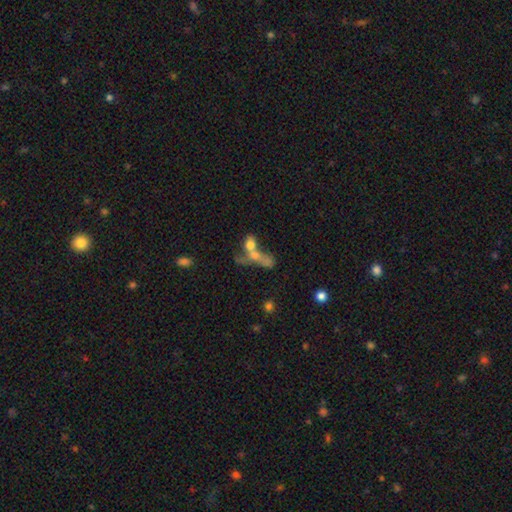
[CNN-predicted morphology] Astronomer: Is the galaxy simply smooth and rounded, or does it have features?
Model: smooth — 52% (runner-up: featured or disk, 32%).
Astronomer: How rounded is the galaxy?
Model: in between — 57%.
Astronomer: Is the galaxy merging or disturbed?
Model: merger — 58%.